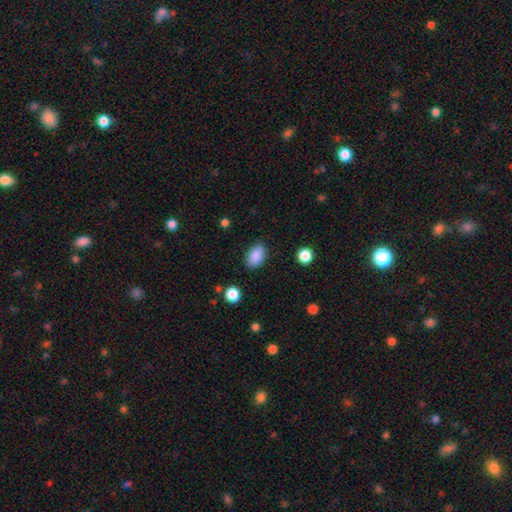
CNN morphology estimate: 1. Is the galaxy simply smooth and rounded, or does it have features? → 88% smooth, 8% star or artifact, 4% featured or disk.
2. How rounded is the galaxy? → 90% in between, 9% round, 2% cigar-shaped.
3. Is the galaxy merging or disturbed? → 84% none, 12% minor disturbance, 3% major disturbance, 1% merger.